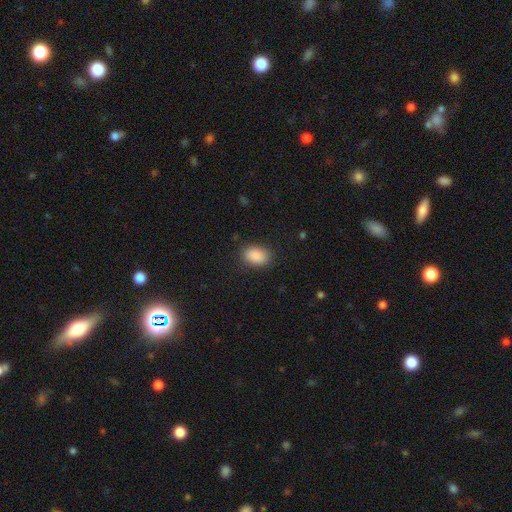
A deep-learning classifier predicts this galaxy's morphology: Q: Smooth or featured?
A: smooth (89%); runner-up: star or artifact (8%)
Q: How rounded?
A: in between (87%); runner-up: round (12%)
Q: Merging?
A: none (85%); runner-up: minor disturbance (10%)